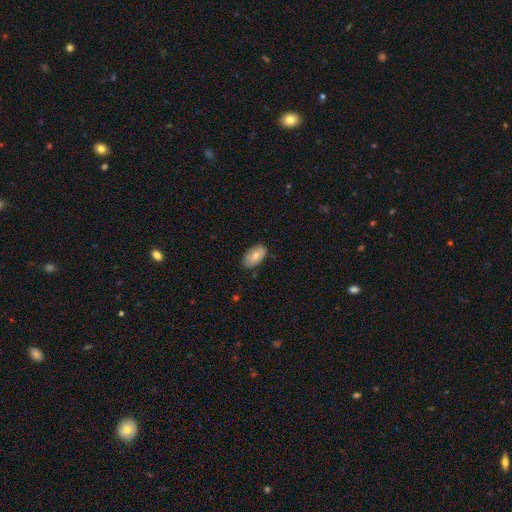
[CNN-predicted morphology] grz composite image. It shows a smooth galaxy with no disk features (71%) that is in between round and cigar-shaped (93%). Merging: none (76%).